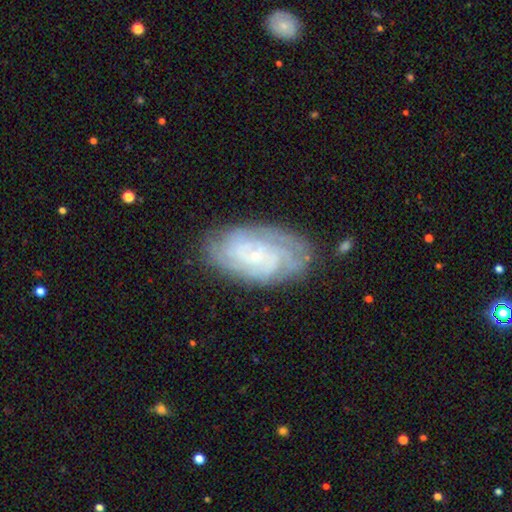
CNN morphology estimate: A featured or disk galaxy (81%) with no bar (73%), tight (76%) spiral arms (95%) and a small central bulge (82%).

Vote fractions:
- Smooth or featured? featured or disk: 81% / smooth: 12% / star or artifact: 7%
- Edge-on disk? no: 96% / yes: 4%
- Bar? no: 73% / weak: 22% / strong: 5%
- Spiral arms? yes: 95% / no: 5%
- Spiral winding? tight: 76% / medium: 20% / loose: 4%
- Spiral arm count? can't tell: 35% / 4: 20% / 3: 17% / 2: 14% / more than 4: 8% / 1: 5%
- Bulge size? small: 82% / moderate: 13% / none: 2% / large: 1% / dominant: 1%
- Merging? none: 76% / minor disturbance: 17% / major disturbance: 5% / merger: 2%